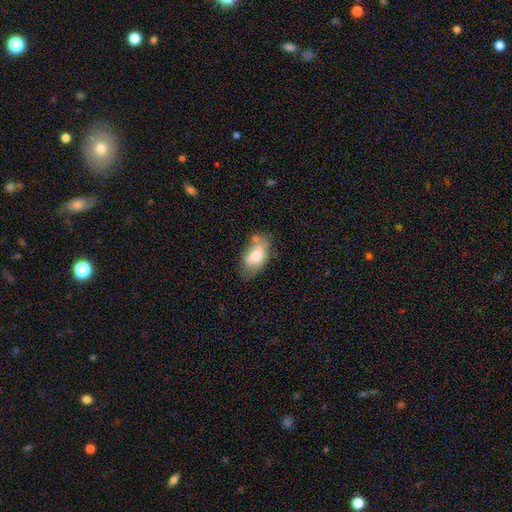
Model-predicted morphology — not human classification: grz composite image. It shows a smooth galaxy with no disk features (67%) that is in between round and cigar-shaped (93%). Merging: none (53%).